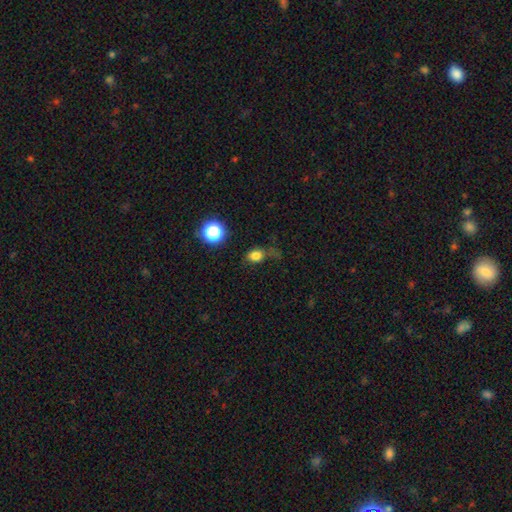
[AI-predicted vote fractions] This is likely a smooth galaxy (78%). How rounded: possibly round (52%). Merging: possibly none (47%).